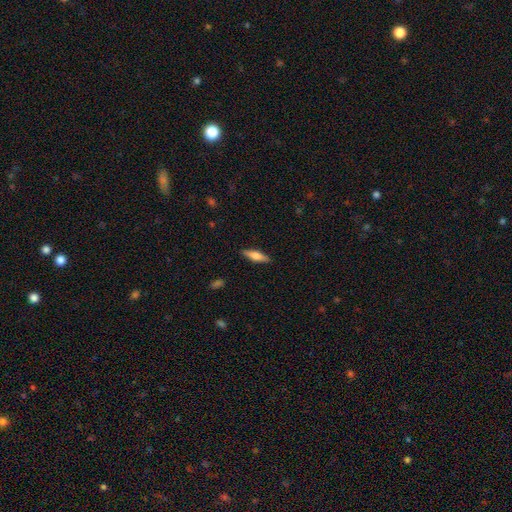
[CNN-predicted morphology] Smooth or featured?
  - smooth: 60% *
  - featured or disk: 34%
  - star or artifact: 6%
How rounded?
  - cigar-shaped: 62% *
  - in between: 36%
  - round: 2%
Merging?
  - none: 89% *
  - minor disturbance: 8%
  - major disturbance: 2%
  - merger: 1%